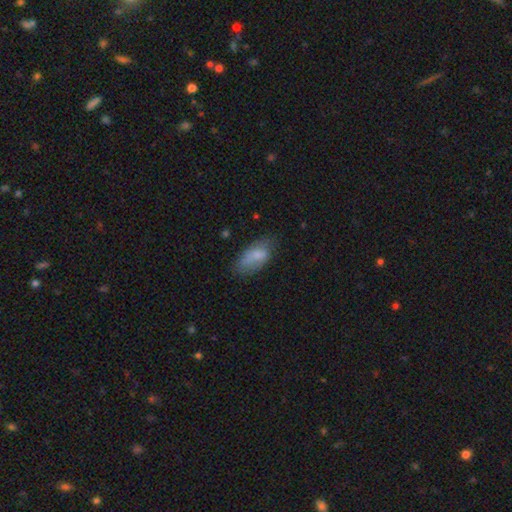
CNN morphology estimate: Smooth or featured?
  - smooth: 74% *
  - featured or disk: 19%
  - star or artifact: 8%
How rounded?
  - in between: 90% *
  - cigar-shaped: 6%
  - round: 3%
Merging?
  - none: 57% *
  - minor disturbance: 29%
  - major disturbance: 11%
  - merger: 3%